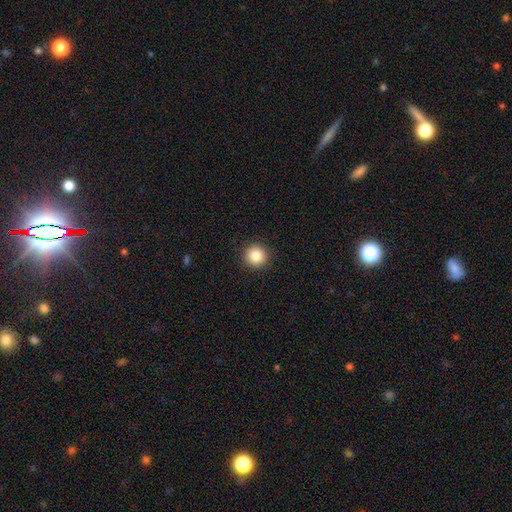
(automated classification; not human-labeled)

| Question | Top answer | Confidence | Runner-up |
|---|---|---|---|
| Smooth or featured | smooth | 85% | star or artifact (10%) |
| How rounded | round | 95% | in between (4%) |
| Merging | none | 93% | minor disturbance (5%) |